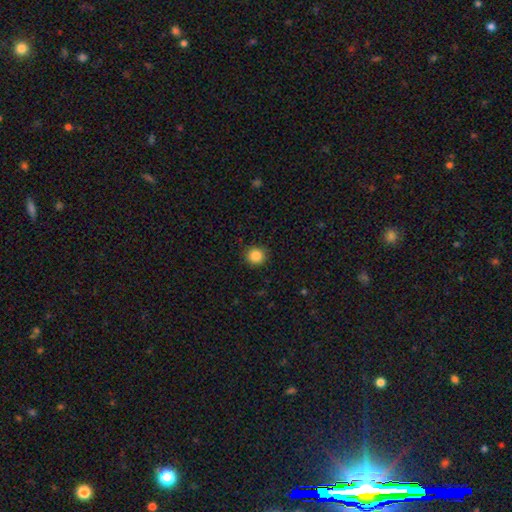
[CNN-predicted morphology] Smooth or featured? smooth (86%)
How rounded? round (91%)
Merging? none (90%)